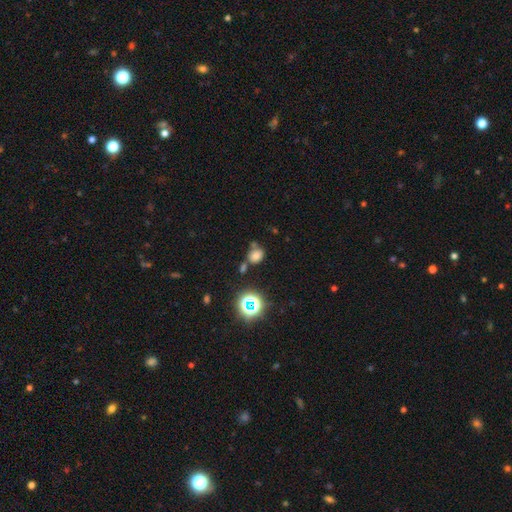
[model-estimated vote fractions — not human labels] smooth_or_featured: smooth (p=0.70) [alt: star or artifact p=0.21]
how_rounded: round (p=0.55) [alt: in between p=0.43]
merging: none (p=0.58) [alt: merger p=0.19]